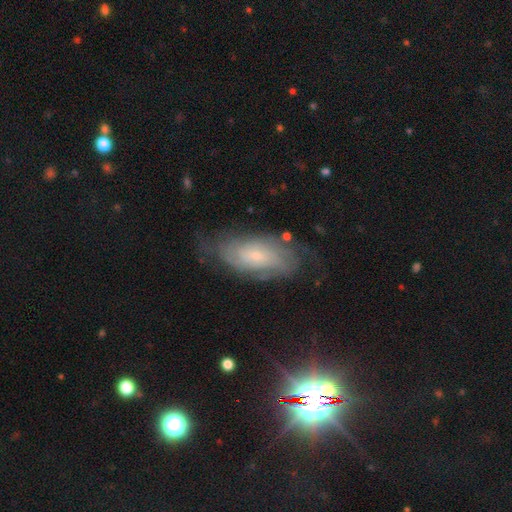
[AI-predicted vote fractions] smooth_or_featured: featured or disk (p=0.69) [alt: smooth p=0.23]
disk_edge_on: no (p=0.91) [alt: yes p=0.09]
bar: no (p=0.71) [alt: weak p=0.25]
has_spiral_arms: yes (p=0.86) [alt: no p=0.14]
spiral_winding: tight (p=0.62) [alt: medium p=0.28]
spiral_arm_count: can't tell (p=0.59) [alt: 2 p=0.18]
bulge_size: small (p=0.75) [alt: moderate p=0.19]
merging: none (p=0.66) [alt: minor disturbance p=0.21]